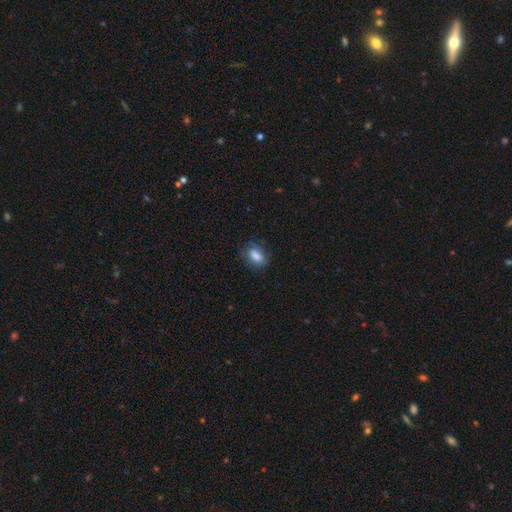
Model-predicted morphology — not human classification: Smooth or featured: smooth — 79% (featured or disk — 13%)
How rounded: in between — 85% (round — 12%)
Merging: none — 71% (minor disturbance — 21%)